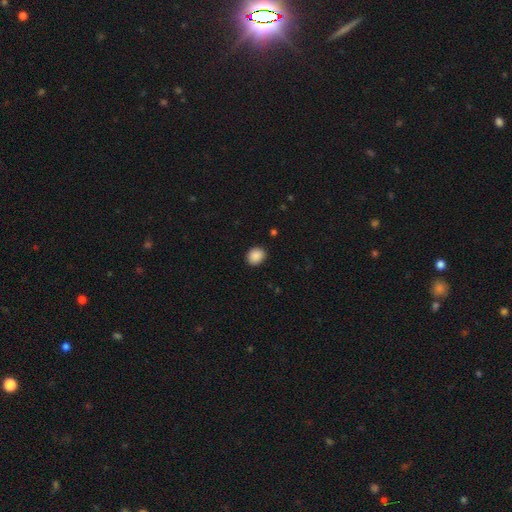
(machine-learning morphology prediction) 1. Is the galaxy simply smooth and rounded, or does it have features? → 89% smooth, 9% star or artifact, 3% featured or disk.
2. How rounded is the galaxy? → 63% round, 36% in between, 1% cigar-shaped.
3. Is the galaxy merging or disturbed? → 89% none, 8% minor disturbance, 2% major disturbance, 1% merger.